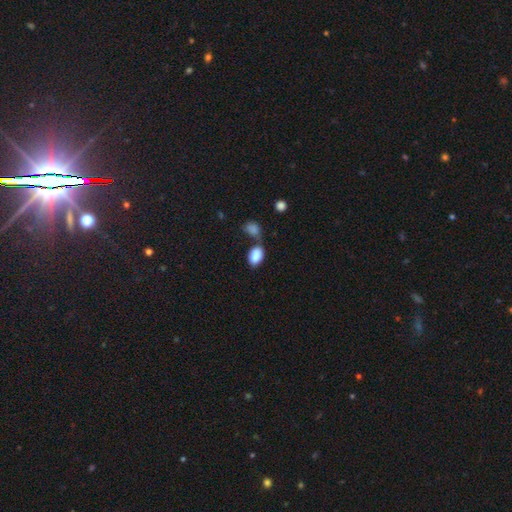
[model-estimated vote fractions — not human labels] smooth_or_featured: smooth (p=0.86) [alt: star or artifact p=0.08]
how_rounded: in between (p=0.87) [alt: round p=0.12]
merging: none (p=0.41) [alt: merger p=0.37]